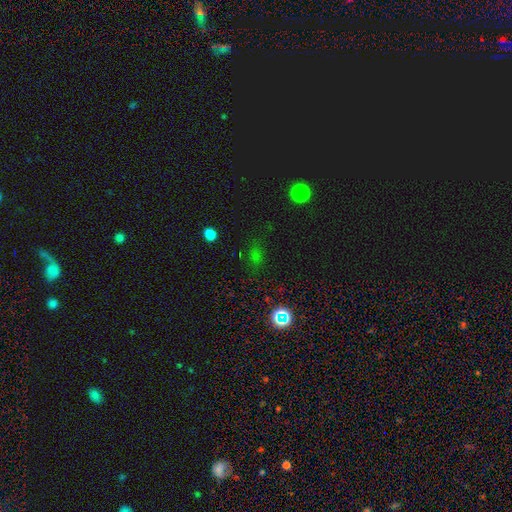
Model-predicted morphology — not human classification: smooth 52%, star or artifact 40%, featured or disk 8%. Down the decision tree: how rounded — in between (52%); merging — none (76%).